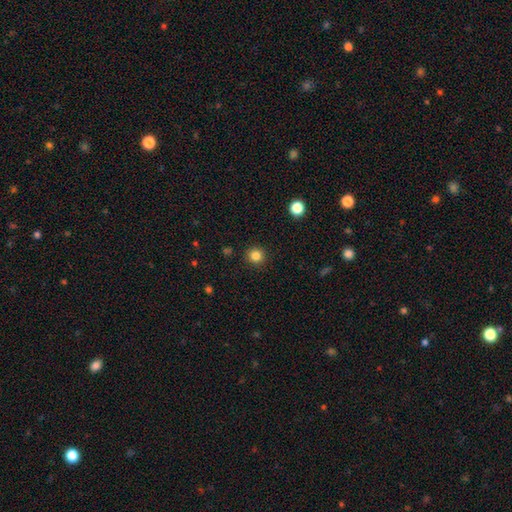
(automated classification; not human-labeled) Q: Smooth or featured?
A: smooth (83%); runner-up: star or artifact (13%)
Q: How rounded?
A: round (94%); runner-up: in between (6%)
Q: Merging?
A: none (92%); runner-up: minor disturbance (5%)